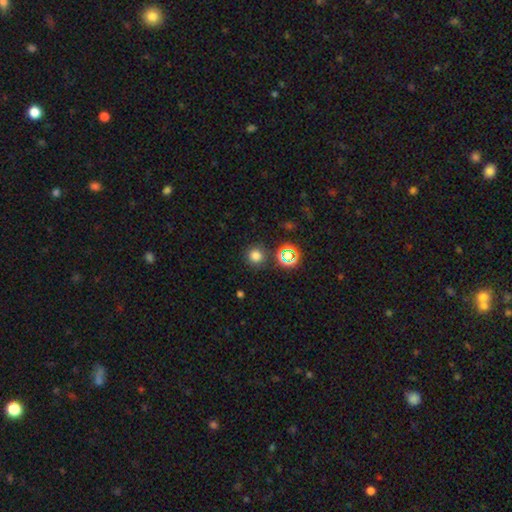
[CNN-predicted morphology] Smooth or featured? Predicted: smooth (p=0.74). How rounded? Predicted: round (p=0.94). Merging? Predicted: none (p=0.86).